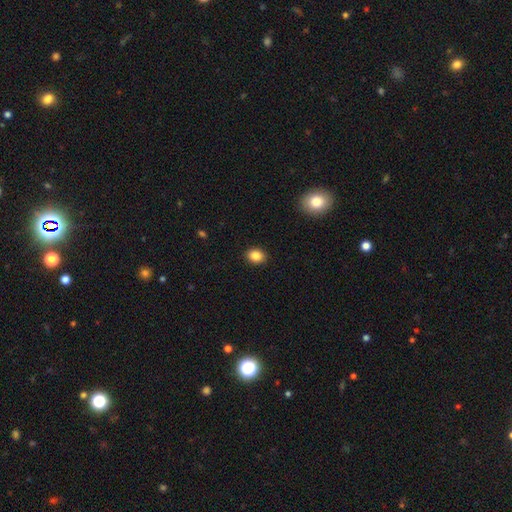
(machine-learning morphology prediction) smooth-or-featured: smooth: 86% | star or artifact: 10% | featured or disk: 5%
  how-rounded: in between: 52% | round: 47% | cigar-shaped: 1%
  merging: none: 90% | minor disturbance: 7% | major disturbance: 2% | merger: 1%